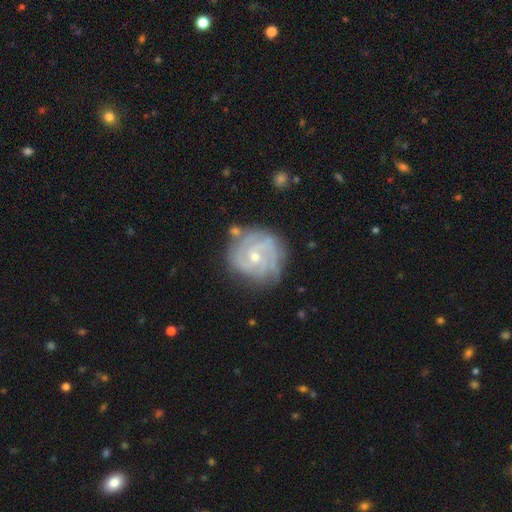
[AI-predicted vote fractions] featured or disk 85%, smooth 10%, star or artifact 5%. Down the decision tree: edge-on disk — no (98%); bar — no (61%); spiral arms — yes (96%); spiral arm count — 3 (31%); spiral winding — tight (67%); bulge size — small (57%); merging — none (72%).